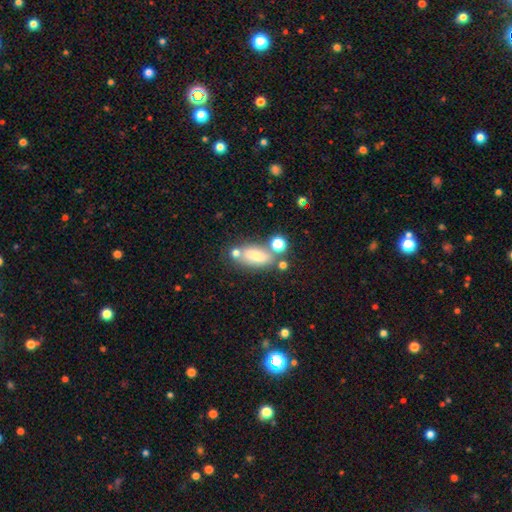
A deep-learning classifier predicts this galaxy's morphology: A smooth galaxy with no disk features (67%) that is in between round and cigar-shaped (75%).

Vote fractions:
- Smooth or featured? smooth: 67% / featured or disk: 20% / star or artifact: 13%
- How rounded? in between: 75% / cigar-shaped: 18% / round: 7%
- Merging? none: 55% / merger: 19% / minor disturbance: 17% / major disturbance: 9%